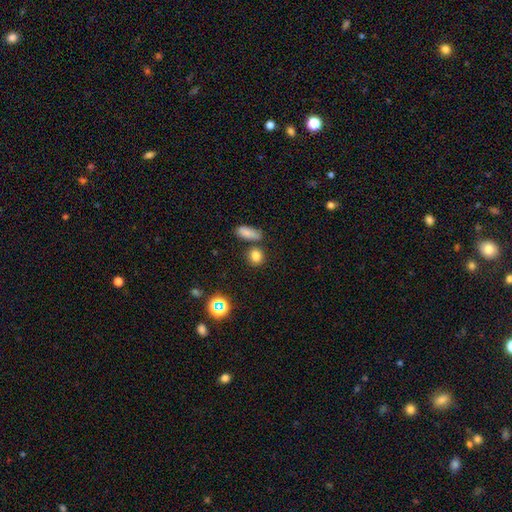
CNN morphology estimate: smooth_or_featured: smooth (p=0.80) [alt: star or artifact p=0.14]
how_rounded: round (p=0.73) [alt: in between p=0.24]
merging: none (p=0.75) [alt: merger p=0.12]